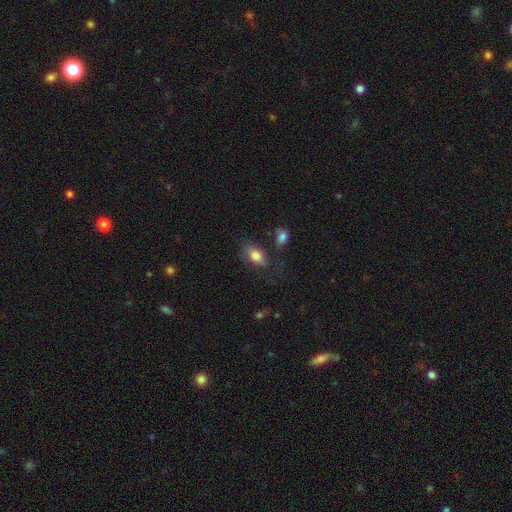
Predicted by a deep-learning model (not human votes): This appears to be a smooth galaxy with no disk features (82%) that is in between round and cigar-shaped (90%). Merging: none (66%).